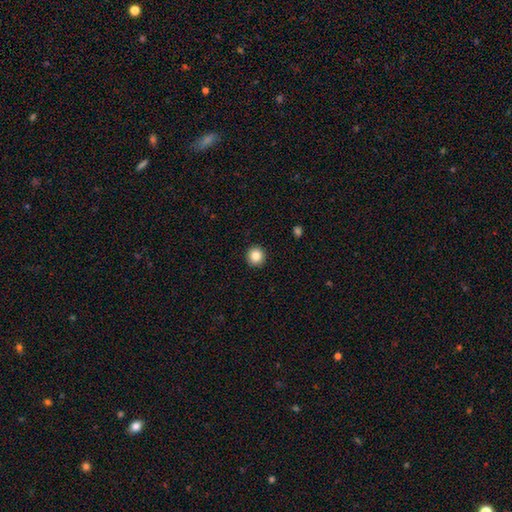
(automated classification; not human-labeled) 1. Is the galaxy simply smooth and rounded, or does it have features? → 85% smooth, 9% star or artifact, 6% featured or disk.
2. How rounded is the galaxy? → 94% round, 5% in between, 1% cigar-shaped.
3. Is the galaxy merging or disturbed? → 93% none, 5% minor disturbance, 2% major disturbance, 1% merger.